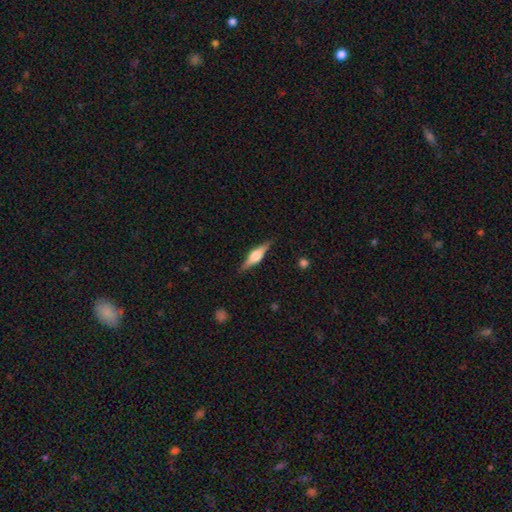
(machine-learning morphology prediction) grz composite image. It shows a featured or disk galaxy (67%) viewed edge-on (97%) with a rounded central bulge (90%). Merging: none (88%).